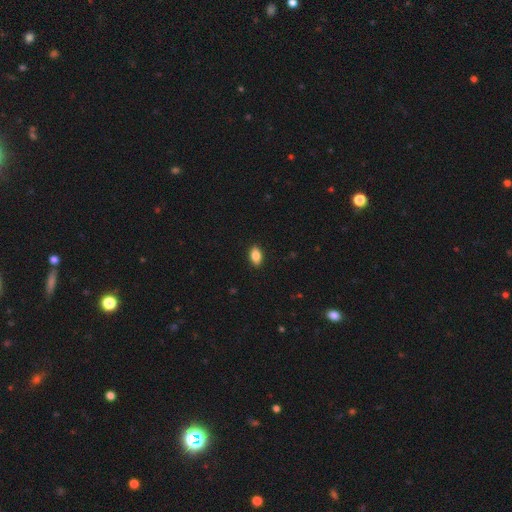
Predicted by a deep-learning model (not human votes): smooth_or_featured: smooth (p=0.87) [alt: star or artifact p=0.08]
how_rounded: in between (p=0.91) [alt: round p=0.06]
merging: none (p=0.90) [alt: minor disturbance p=0.08]